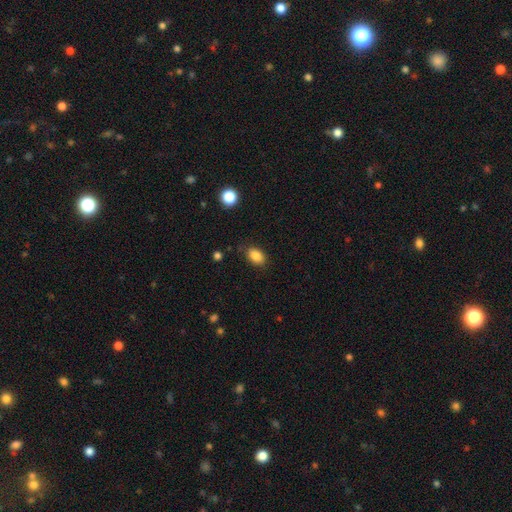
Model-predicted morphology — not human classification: type=smooth (87%); roundness=in between (86%); merging=none (82%).